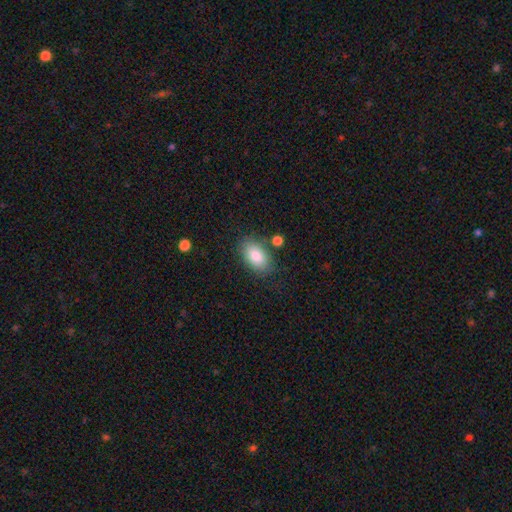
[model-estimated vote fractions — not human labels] smooth-or-featured: smooth: 85% | featured or disk: 8% | star or artifact: 7%
  how-rounded: in between: 92% | round: 7% | cigar-shaped: 2%
  merging: none: 78% | minor disturbance: 13% | merger: 5% | major disturbance: 4%